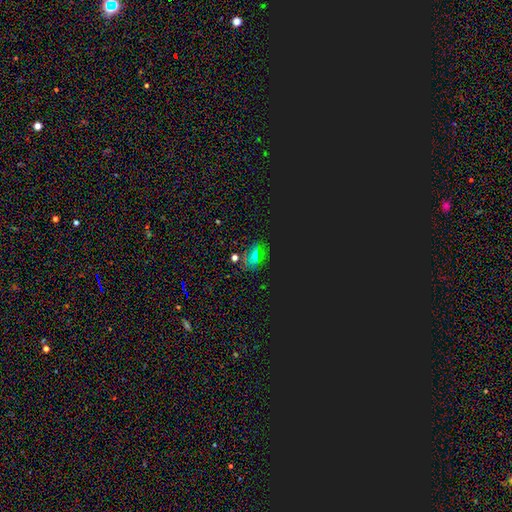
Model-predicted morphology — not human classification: smooth-or-featured: star or artifact: 59% | smooth: 29% | featured or disk: 12%